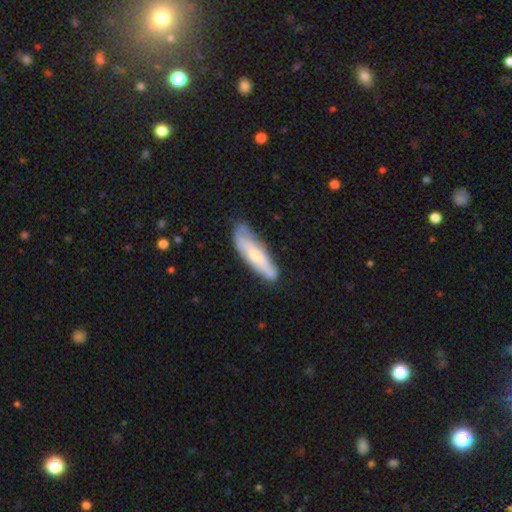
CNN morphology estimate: Overall: smooth (51%; featured or disk 44%). How rounded: cigar-shaped (62%; in between 36%). Merging: none (67%).